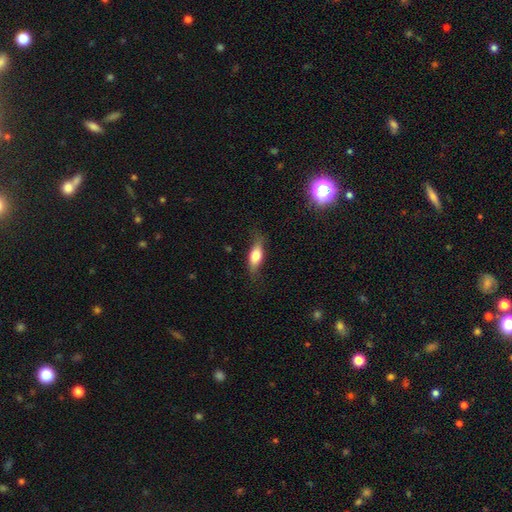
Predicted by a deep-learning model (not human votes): Smooth or featured? Predicted: smooth (p=0.68). How rounded? Predicted: in between (p=0.65). Merging? Predicted: none (p=0.72).